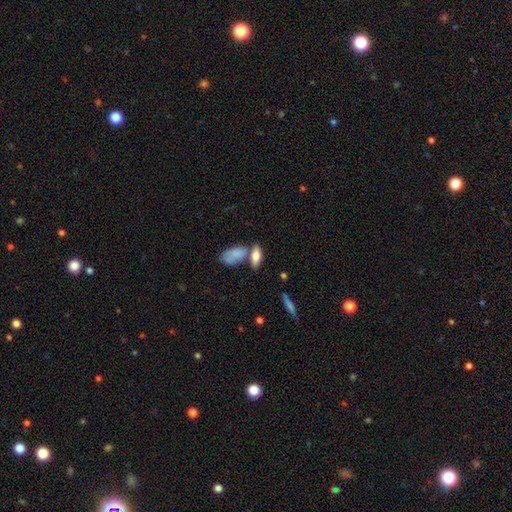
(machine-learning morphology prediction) smooth_or_featured: smooth (p=0.71) [alt: featured or disk p=0.22]
how_rounded: in between (p=0.76) [alt: cigar-shaped p=0.20]
merging: none (p=0.55) [alt: merger p=0.26]